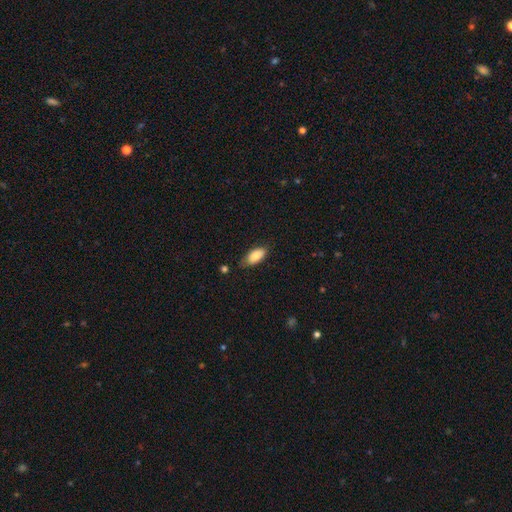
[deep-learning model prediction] This appears to be a smooth galaxy with no disk features (85%) that is in between round and cigar-shaped (91%). Merging: none (69%).